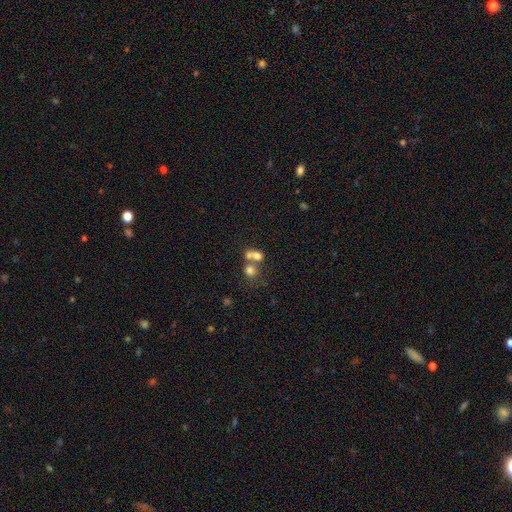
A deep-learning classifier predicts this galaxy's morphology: type=smooth (69%); roundness=round (64%); merging=merger (62%).